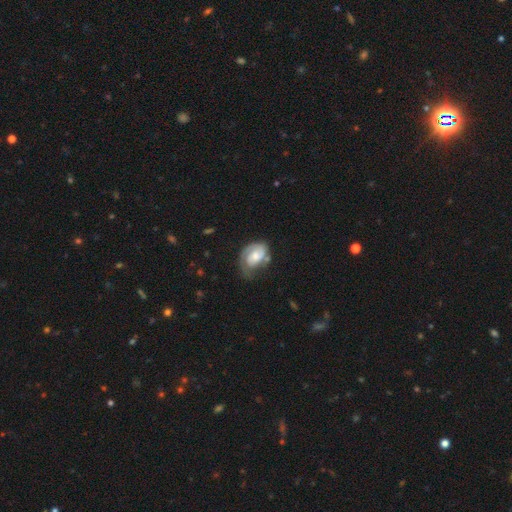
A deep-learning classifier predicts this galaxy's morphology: Overall: featured or disk (69%). Edge-on disk: no (97%). Bar: no (59%; weak 34%). Spiral arms: yes (90%). Spiral arm count: 1 (42%; 2 39%). Spiral winding: tight (55%; medium 33%). Bulge size: moderate (44%; small 39%). Merging: none (45%; minor disturbance 28%).